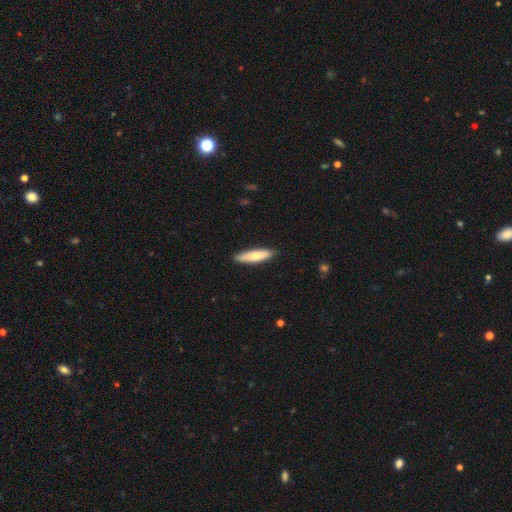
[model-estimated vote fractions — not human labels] A smooth galaxy with no disk features (73%) that is cigar-shaped (78%). Merging: none (88%).